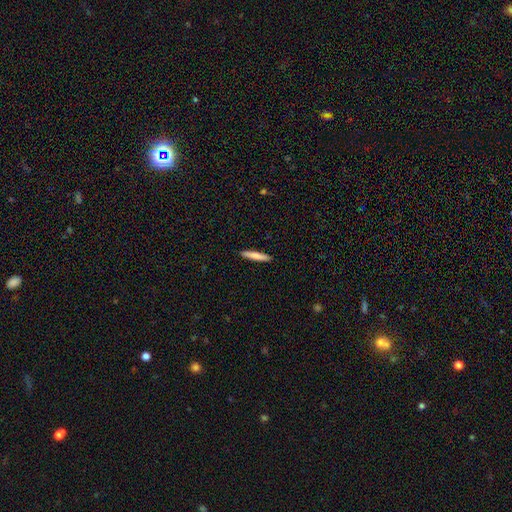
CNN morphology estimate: Q: Smooth or featured?
A: smooth (79%); runner-up: featured or disk (16%)
Q: How rounded?
A: cigar-shaped (93%); runner-up: in between (6%)
Q: Merging?
A: none (91%); runner-up: minor disturbance (6%)